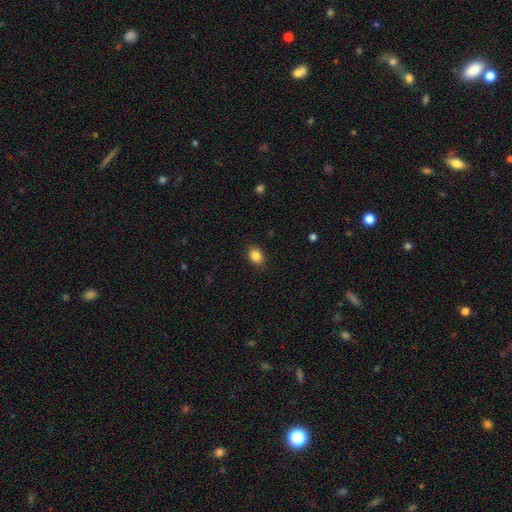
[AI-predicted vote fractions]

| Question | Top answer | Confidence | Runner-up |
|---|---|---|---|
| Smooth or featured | smooth | 85% | star or artifact (9%) |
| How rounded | in between | 65% | round (33%) |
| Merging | none | 85% | minor disturbance (11%) |